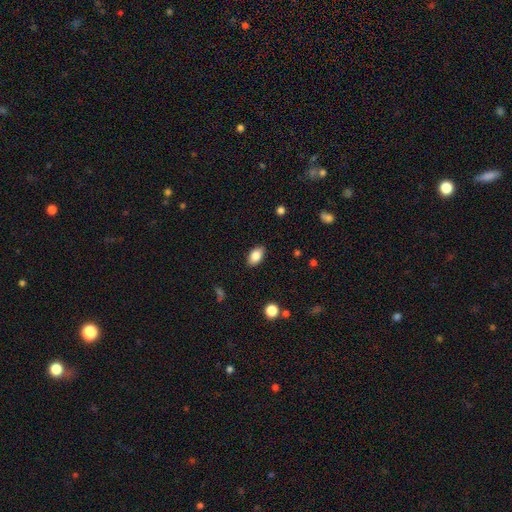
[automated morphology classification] Smooth or featured? smooth (86%)
How rounded? in between (91%)
Merging? none (87%)